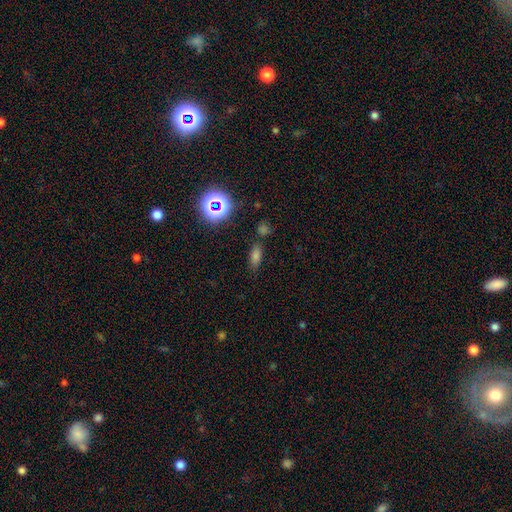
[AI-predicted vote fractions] smooth_or_featured: smooth (p=0.66) [alt: star or artifact p=0.24]
how_rounded: in between (p=0.68) [alt: cigar-shaped p=0.23]
merging: none (p=0.75) [alt: minor disturbance p=0.13]